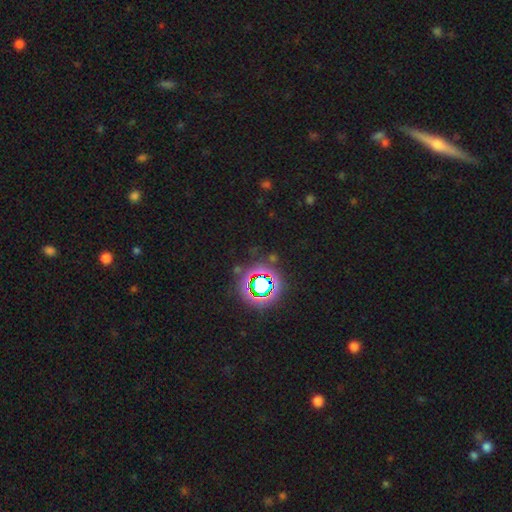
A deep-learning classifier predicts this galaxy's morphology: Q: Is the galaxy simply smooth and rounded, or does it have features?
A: star or artifact — 78%.